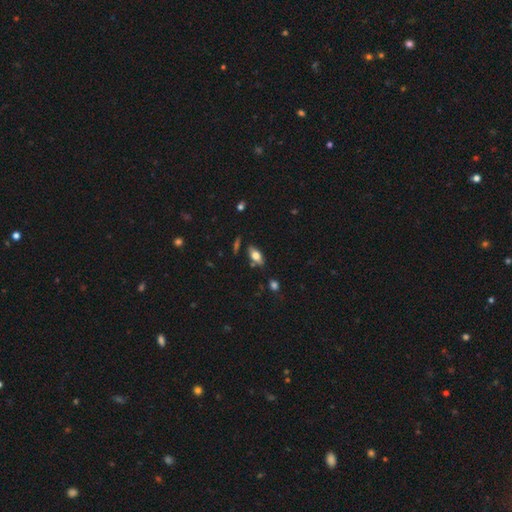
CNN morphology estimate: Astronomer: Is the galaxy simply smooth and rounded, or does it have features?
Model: smooth — 65%.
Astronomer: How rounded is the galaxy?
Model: in between — 84%.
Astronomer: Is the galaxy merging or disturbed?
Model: none — 78%.